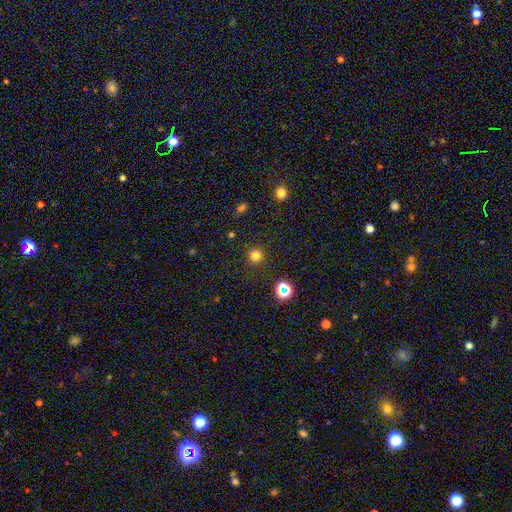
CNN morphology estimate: This is likely a smooth galaxy (76%). How rounded: clearly round (95%). Merging: clearly none (90%).